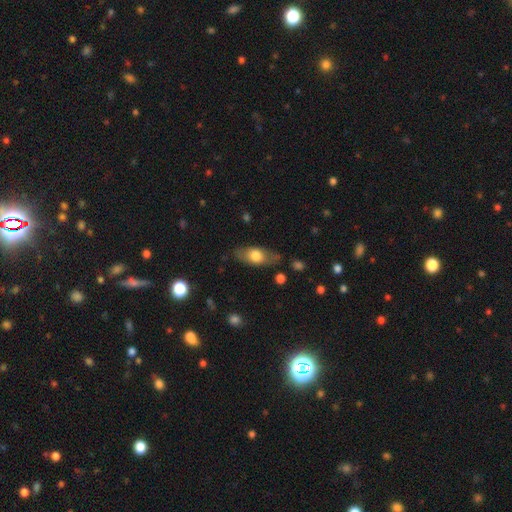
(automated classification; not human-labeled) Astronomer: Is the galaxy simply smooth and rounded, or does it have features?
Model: smooth — 64%.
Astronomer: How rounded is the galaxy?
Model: in between — 80%.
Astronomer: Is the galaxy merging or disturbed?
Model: none — 74%.